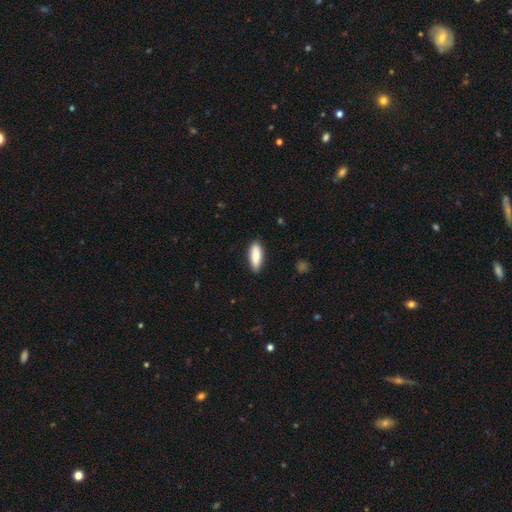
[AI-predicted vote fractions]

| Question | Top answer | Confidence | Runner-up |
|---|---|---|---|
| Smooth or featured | smooth | 83% | featured or disk (11%) |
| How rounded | in between | 62% | cigar-shaped (36%) |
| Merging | none | 86% | minor disturbance (11%) |